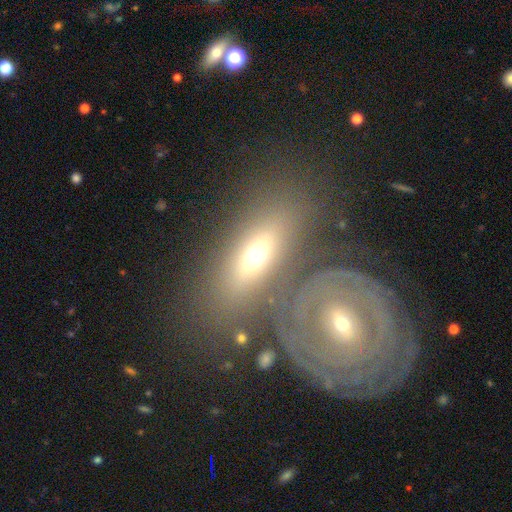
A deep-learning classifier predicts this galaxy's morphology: Smooth or featured: featured or disk — 53% (smooth — 39%)
Edge-on disk: no — 76% (yes — 24%)
Merging: none — 51% (merger — 30%)